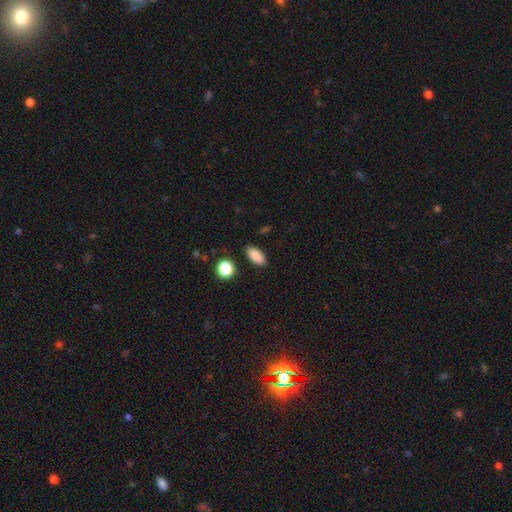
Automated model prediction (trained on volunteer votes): smooth_or_featured: smooth (p=0.87) [alt: star or artifact p=0.08]
how_rounded: in between (p=0.87) [alt: cigar-shaped p=0.08]
merging: none (p=0.88) [alt: minor disturbance p=0.08]